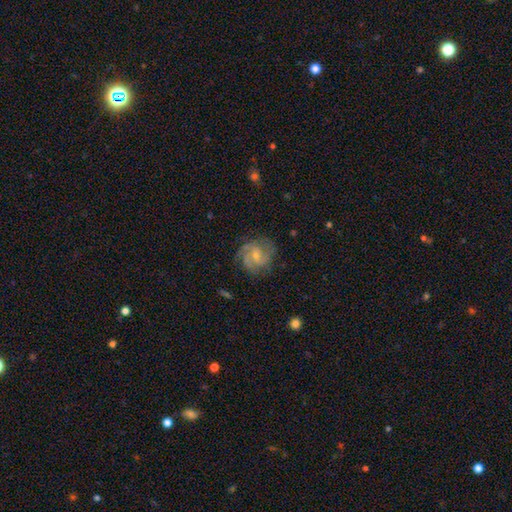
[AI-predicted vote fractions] Q: Smooth or featured?
A: featured or disk (78%); runner-up: smooth (16%)
Q: Edge-on disk?
A: no (98%); runner-up: yes (2%)
Q: Bar?
A: weak (47%); runner-up: no (45%)
Q: Spiral arms?
A: yes (94%); runner-up: no (6%)
Q: Spiral winding?
A: medium (48%); runner-up: tight (37%)
Q: Spiral arm count?
A: 2 (36%); runner-up: 3 (30%)
Q: Bulge size?
A: small (61%); runner-up: moderate (34%)
Q: Merging?
A: none (72%); runner-up: minor disturbance (18%)